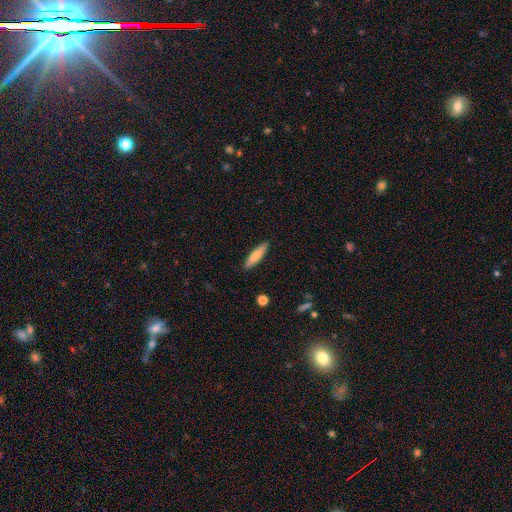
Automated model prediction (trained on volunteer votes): smooth_or_featured: smooth (p=0.76) [alt: featured or disk p=0.18]
how_rounded: cigar-shaped (p=0.76) [alt: in between p=0.22]
merging: none (p=0.89) [alt: minor disturbance p=0.08]